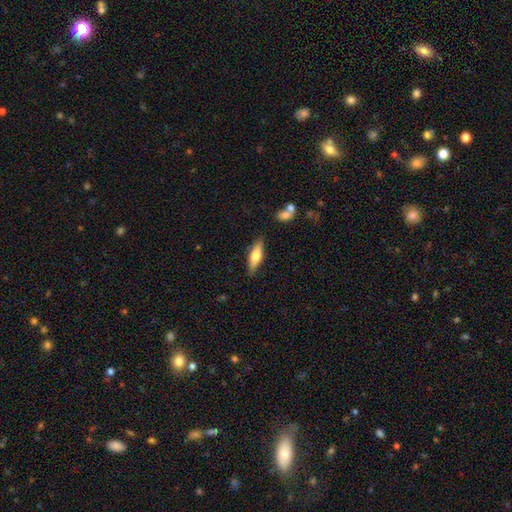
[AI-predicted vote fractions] A smooth galaxy with no disk features (62%) that is cigar-shaped (53%).

Vote fractions:
- Smooth or featured? smooth: 62% / featured or disk: 32% / star or artifact: 6%
- How rounded? cigar-shaped: 53% / in between: 45% / round: 2%
- Merging? none: 84% / minor disturbance: 12% / major disturbance: 2% / merger: 2%